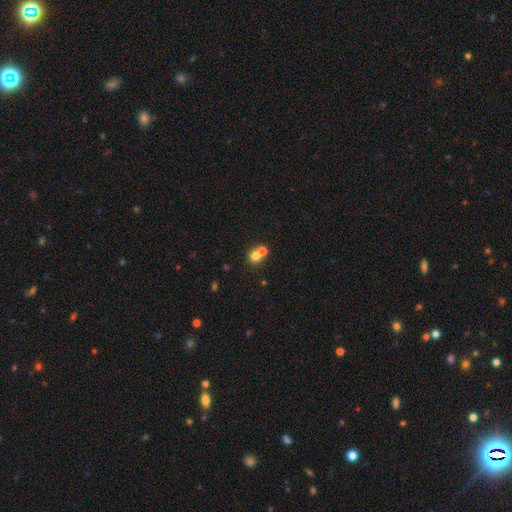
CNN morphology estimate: smooth_or_featured: smooth (p=0.72) [alt: star or artifact p=0.14]
how_rounded: round (p=0.84) [alt: in between p=0.15]
merging: merger (p=0.51) [alt: none p=0.41]